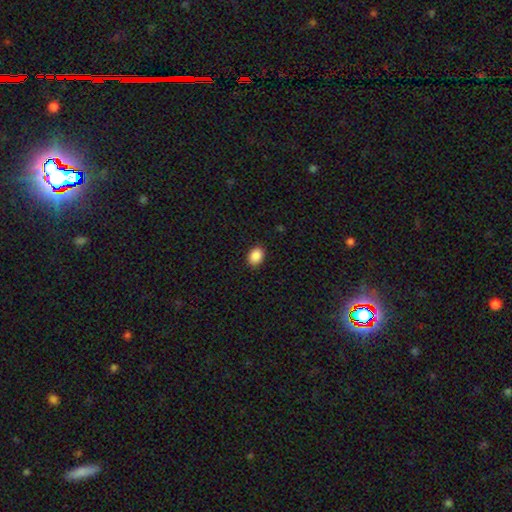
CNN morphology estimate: smooth_or_featured: smooth (p=0.89) [alt: star or artifact p=0.08]
how_rounded: in between (p=0.70) [alt: round p=0.29]
merging: none (p=0.89) [alt: minor disturbance p=0.08]